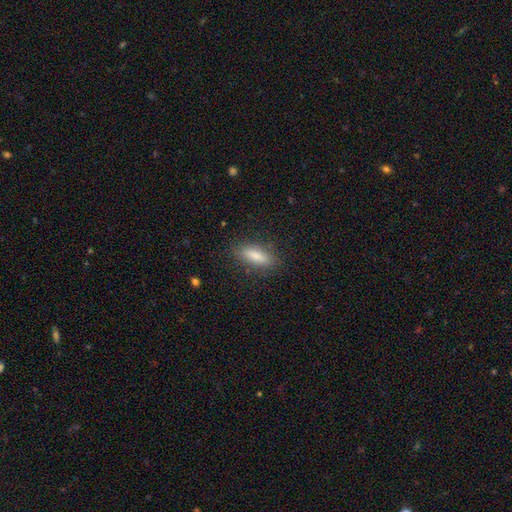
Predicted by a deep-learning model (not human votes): This appears to be a smooth galaxy with no disk features (81%) that is in between round and cigar-shaped (63%). Merging: none (83%).